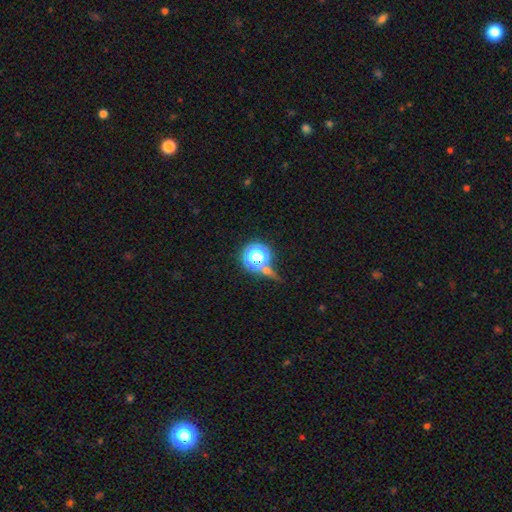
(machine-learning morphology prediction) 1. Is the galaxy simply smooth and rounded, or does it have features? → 49% star or artifact, 40% smooth, 12% featured or disk.